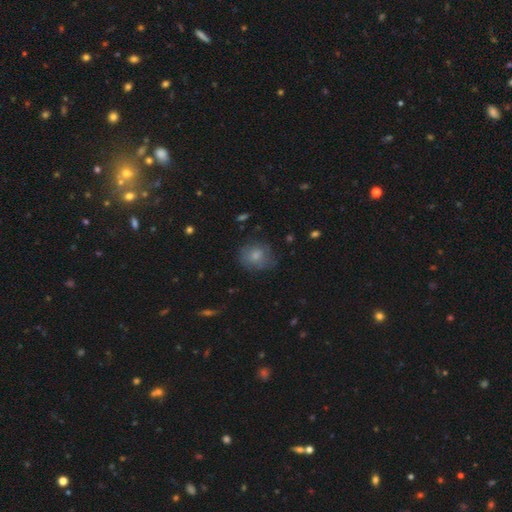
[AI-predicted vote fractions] This appears to be a smooth galaxy with no disk features (72%) that is round (66%). Merging: none (65%).